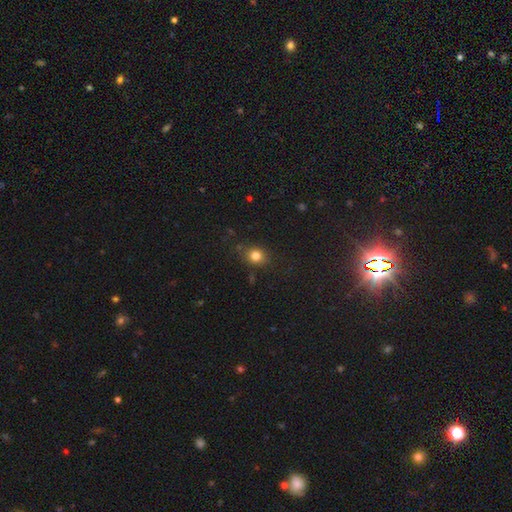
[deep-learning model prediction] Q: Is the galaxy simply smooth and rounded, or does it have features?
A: smooth — 81%.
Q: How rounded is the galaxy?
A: round — 69%.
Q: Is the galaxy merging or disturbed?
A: none — 82%.